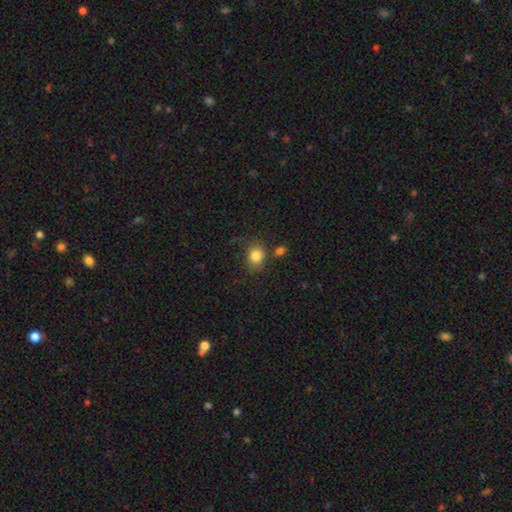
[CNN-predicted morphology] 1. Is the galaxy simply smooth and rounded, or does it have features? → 82% smooth, 11% star or artifact, 7% featured or disk.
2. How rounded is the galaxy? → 58% round, 41% in between, 1% cigar-shaped.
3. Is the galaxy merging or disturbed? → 69% none, 16% minor disturbance, 10% merger, 6% major disturbance.